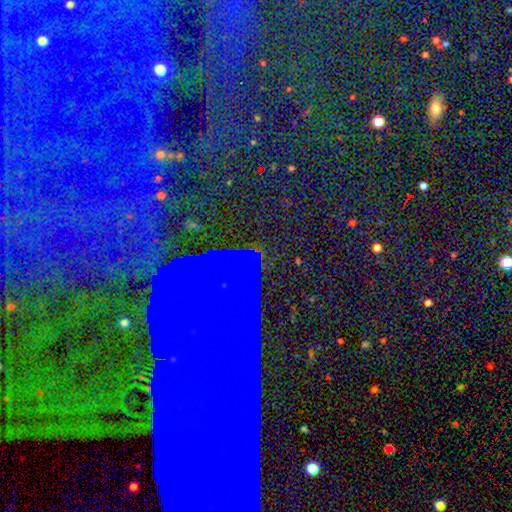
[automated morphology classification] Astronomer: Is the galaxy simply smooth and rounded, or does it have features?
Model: star or artifact — 78%.